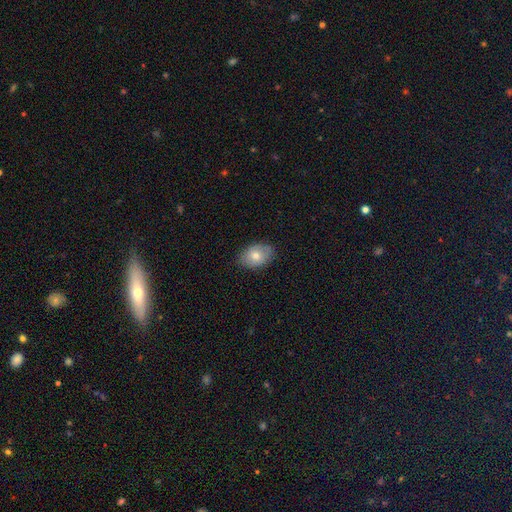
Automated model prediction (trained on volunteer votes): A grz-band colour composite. It shows a smooth galaxy with no disk features (72%) that is in between round and cigar-shaped (81%). Merging: none (83%).